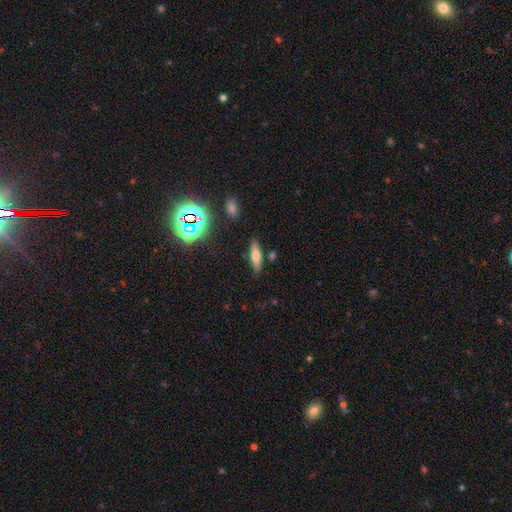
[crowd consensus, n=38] This appears to be a smooth galaxy with no disk features (82%) that is cigar-shaped (65%). Merging: none (84%).